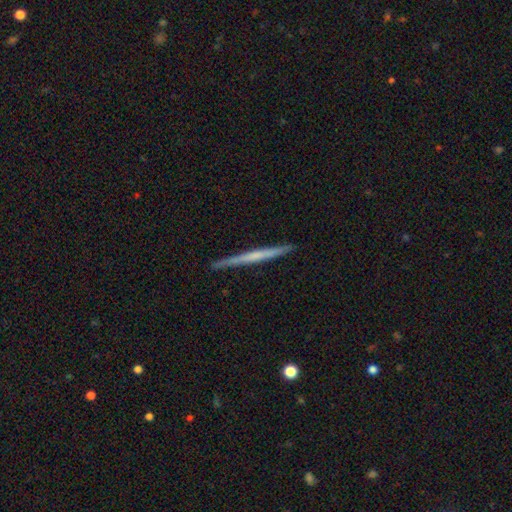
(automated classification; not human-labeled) Smooth or featured? Predicted: featured or disk (p=0.58). Edge-on disk? Predicted: yes (p=0.97). Edge-on bulge? Predicted: none (p=0.75). Merging? Predicted: none (p=0.90).